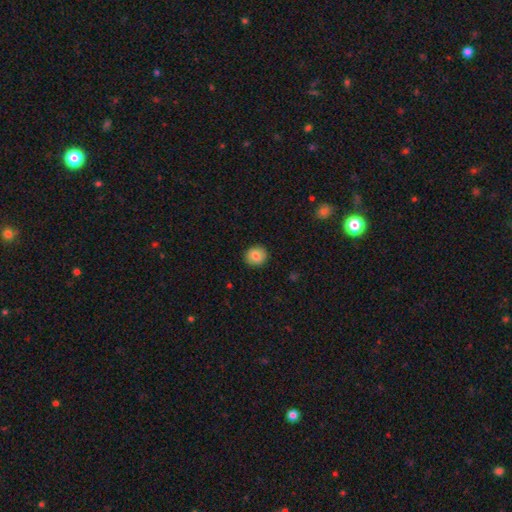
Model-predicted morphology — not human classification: smooth_or_featured: smooth (p=0.84) [alt: star or artifact p=0.09]
how_rounded: round (p=0.86) [alt: in between p=0.13]
merging: none (p=0.91) [alt: minor disturbance p=0.06]